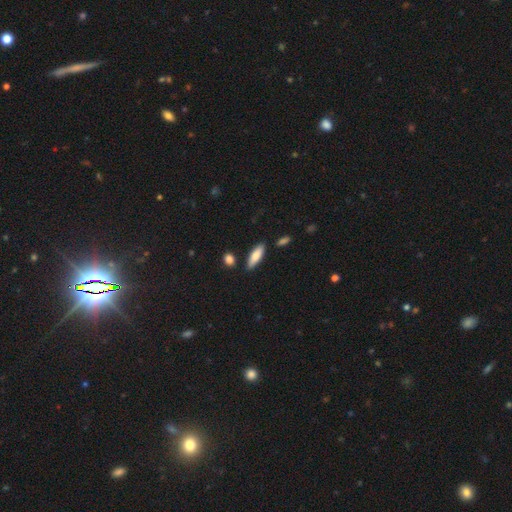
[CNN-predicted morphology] The model was most divided on "how rounded": in between: 60%, cigar-shaped: 38%, round: 2%. More confident: merging — none (82%); smooth or featured — smooth (81%).